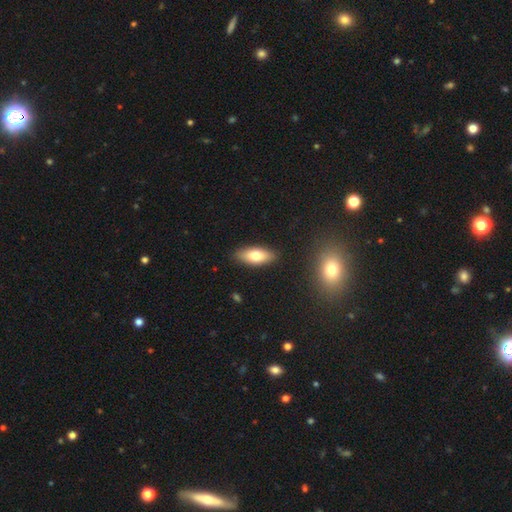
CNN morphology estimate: Overall: smooth (74%). How rounded: in between (80%). Merging: none (87%).